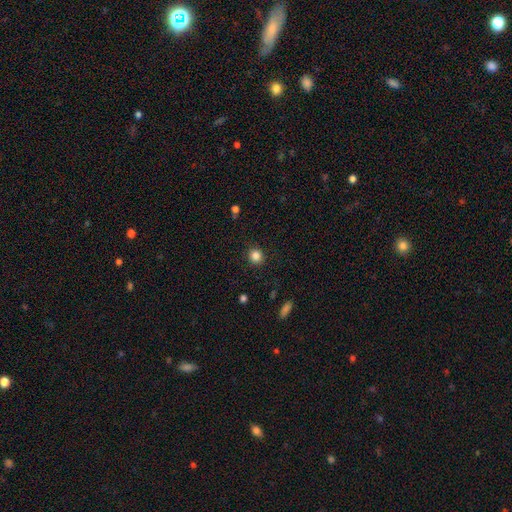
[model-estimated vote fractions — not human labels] Smooth or featured?
  - smooth: 84% *
  - star or artifact: 11%
  - featured or disk: 4%
How rounded?
  - round: 90% *
  - in between: 9%
  - cigar-shaped: 1%
Merging?
  - none: 90% *
  - minor disturbance: 6%
  - major disturbance: 2%
  - merger: 1%